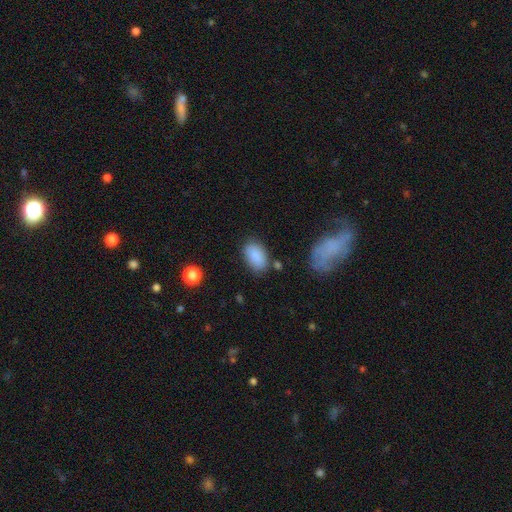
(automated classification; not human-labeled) This appears to be a smooth galaxy with no disk features (87%) that is in between round and cigar-shaped (91%). Merging: none (73%).